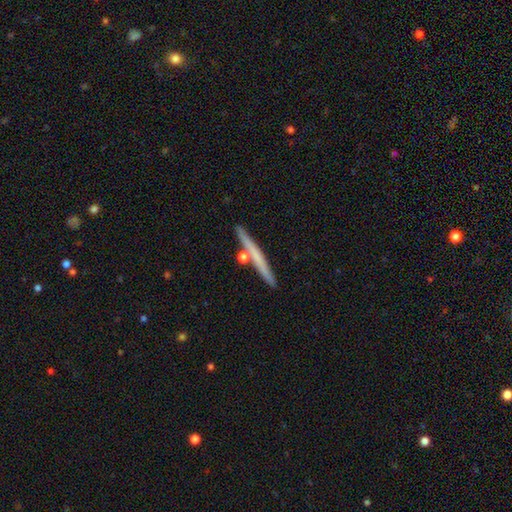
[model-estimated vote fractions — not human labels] smooth_or_featured: smooth (p=0.48) [alt: featured or disk p=0.46]
merging: none (p=0.84) [alt: minor disturbance p=0.08]